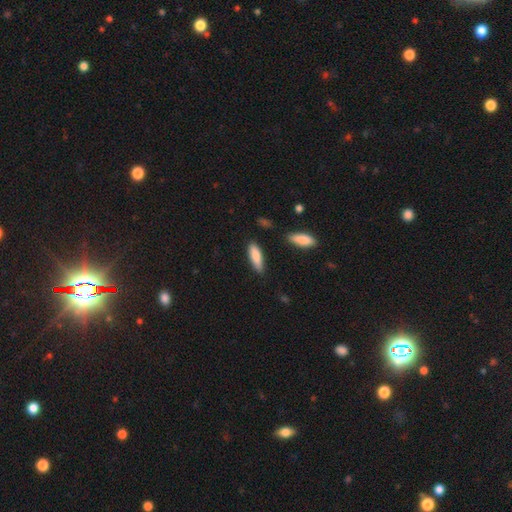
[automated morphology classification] smooth 85%, featured or disk 10%, star or artifact 6%. Down the decision tree: how rounded — cigar-shaped (52%); merging — none (79%).